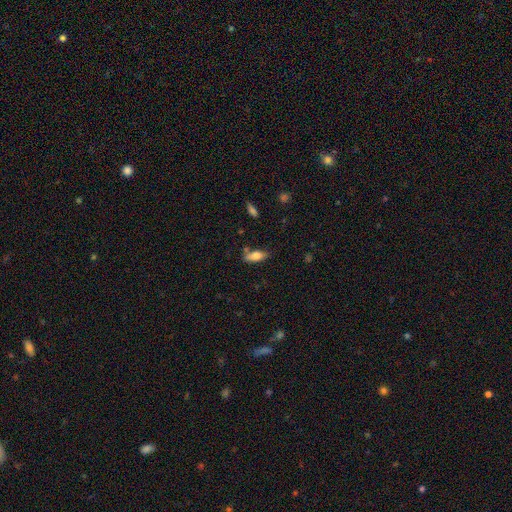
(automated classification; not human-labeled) Smooth or featured? smooth (75%)
How rounded? in between (72%)
Merging? none (70%)